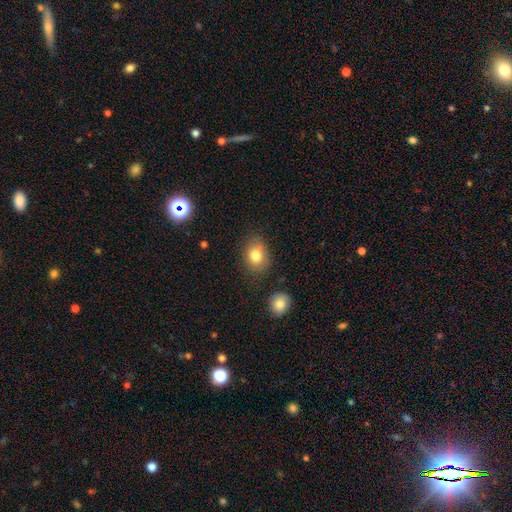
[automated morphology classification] A smooth galaxy with no disk features (81%) that is in between round and cigar-shaped (55%). Merging: none (69%).